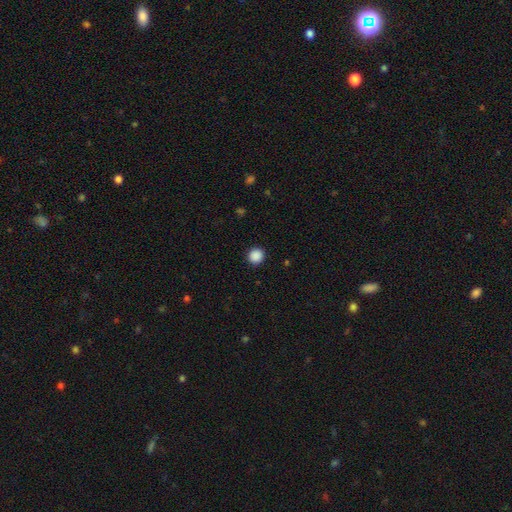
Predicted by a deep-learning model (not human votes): This appears to be a smooth galaxy with no disk features (88%) that is round (92%). Merging: none (92%).